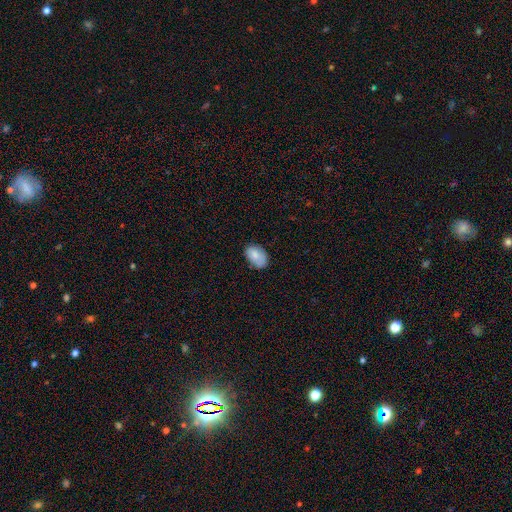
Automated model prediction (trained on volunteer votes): Overall: smooth (80%). How rounded: in between (88%). Merging: none (67%).